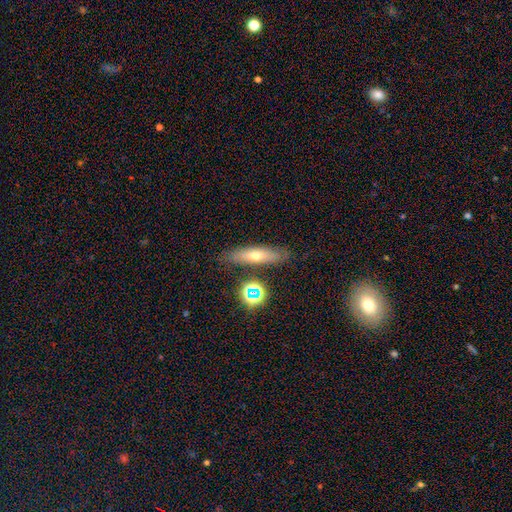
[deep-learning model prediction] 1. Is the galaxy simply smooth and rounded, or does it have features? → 53% smooth, 35% featured or disk, 12% star or artifact.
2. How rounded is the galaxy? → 65% cigar-shaped, 31% in between, 5% round.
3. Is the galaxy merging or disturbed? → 81% none, 11% minor disturbance, 4% merger, 3% major disturbance.